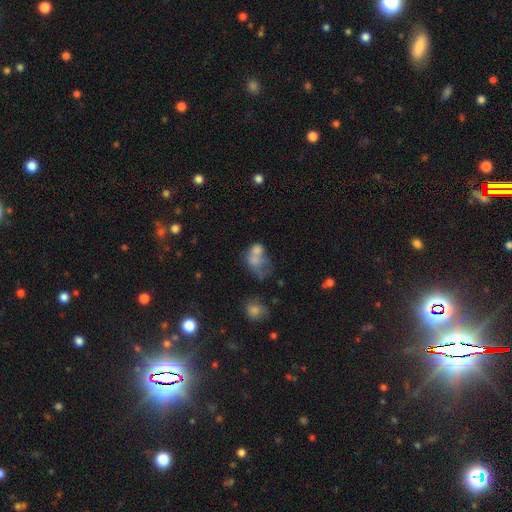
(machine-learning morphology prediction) A smooth galaxy with no disk features (58%) that is in between round and cigar-shaped (69%). Merging: merger (49%).